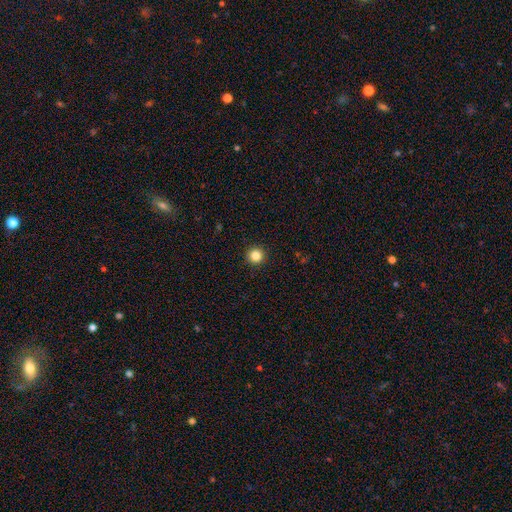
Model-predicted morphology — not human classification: Q: Smooth or featured?
A: smooth (84%); runner-up: star or artifact (12%)
Q: How rounded?
A: round (96%); runner-up: in between (3%)
Q: Merging?
A: none (94%); runner-up: minor disturbance (4%)